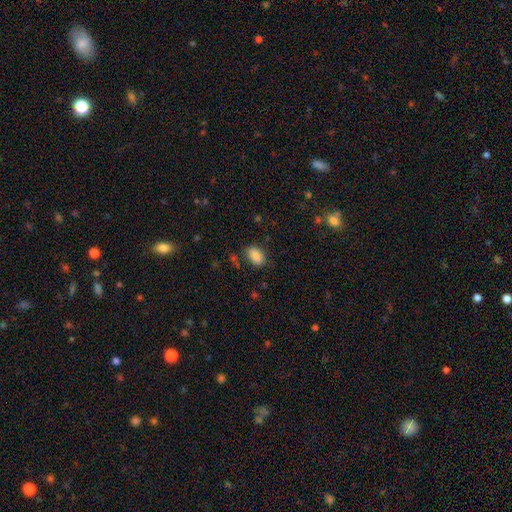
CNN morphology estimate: Smooth or featured?
  - smooth: 86% *
  - star or artifact: 8%
  - featured or disk: 6%
How rounded?
  - in between: 88% *
  - round: 11%
  - cigar-shaped: 1%
Merging?
  - none: 81% *
  - minor disturbance: 13%
  - major disturbance: 4%
  - merger: 3%